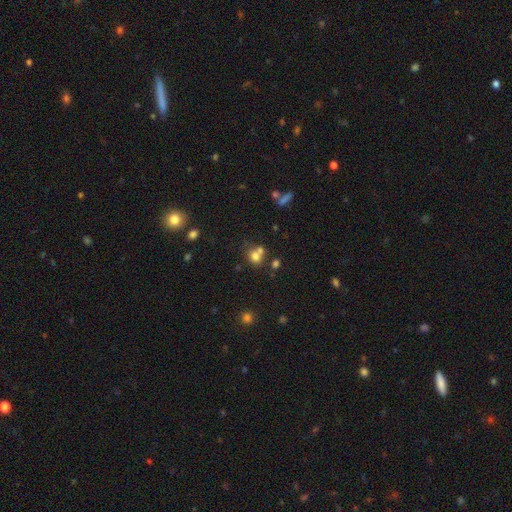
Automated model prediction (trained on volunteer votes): Smooth or featured: smooth — 73% (star or artifact — 15%)
How rounded: round — 71% (in between — 28%)
Merging: none — 47% (merger — 38%)